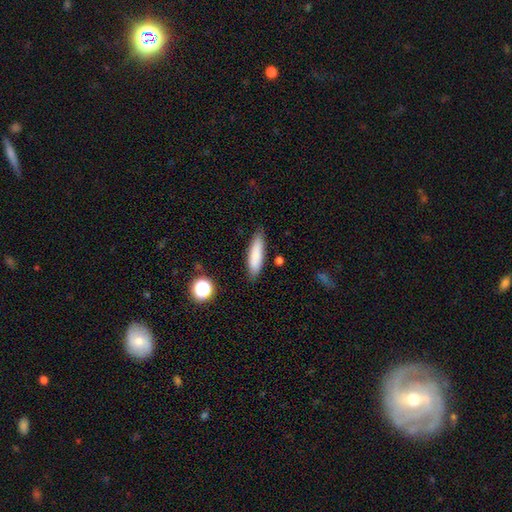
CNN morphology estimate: Smooth or featured?
  - smooth: 83% *
  - featured or disk: 10%
  - star or artifact: 7%
How rounded?
  - cigar-shaped: 68% *
  - in between: 30%
  - round: 2%
Merging?
  - none: 84% *
  - minor disturbance: 11%
  - major disturbance: 2%
  - merger: 2%